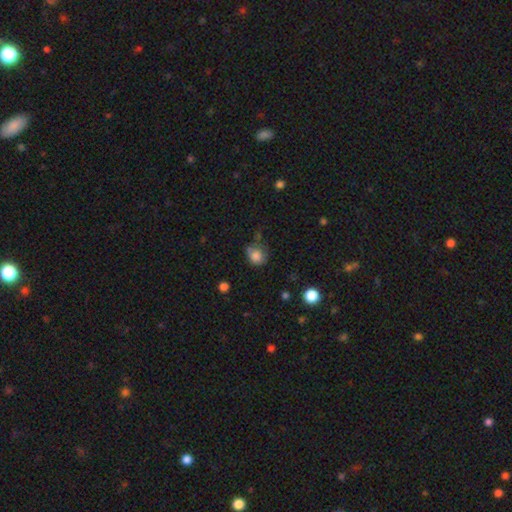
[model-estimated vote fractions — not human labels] Smooth or featured? Predicted: smooth (p=0.81). How rounded? Predicted: round (p=0.75). Merging? Predicted: none (p=0.52).